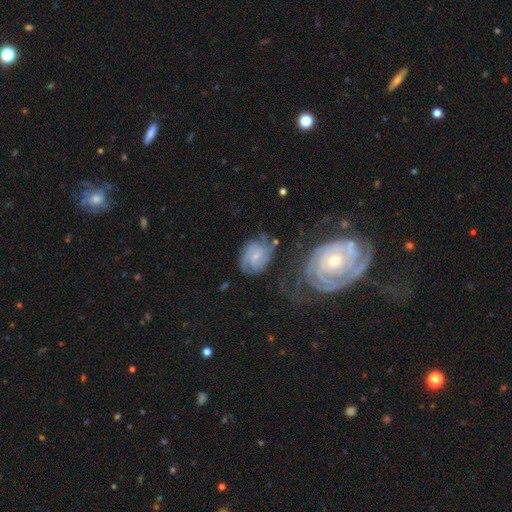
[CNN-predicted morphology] A featured or disk galaxy (77%) with no bar (50%), tight (56%) spiral arms (94%) and a small central bulge (68%). Merging: none (56%).